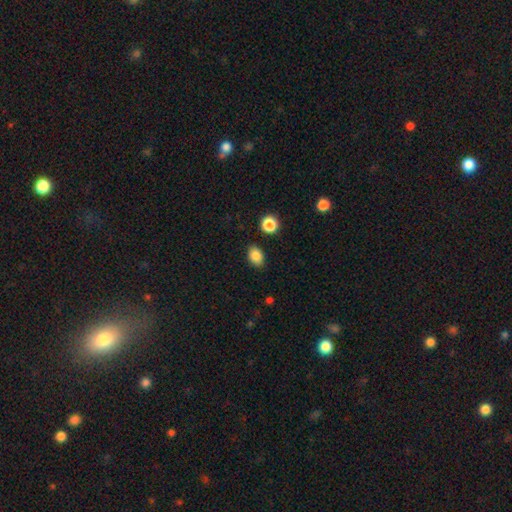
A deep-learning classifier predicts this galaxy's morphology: This is clearly a smooth galaxy (86%). How rounded: likely in between (75%). Merging: clearly none (86%).